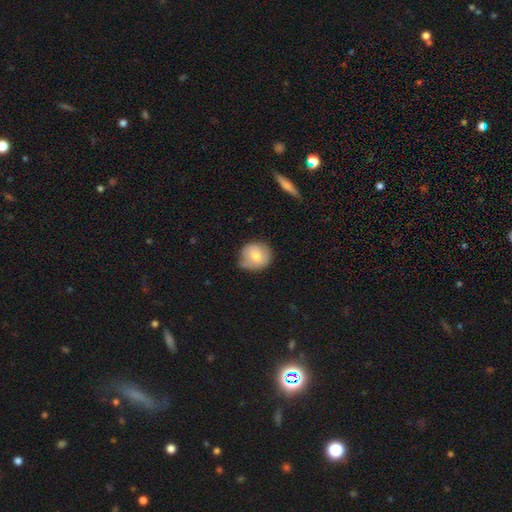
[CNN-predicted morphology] smooth_or_featured: smooth (p=0.72) [alt: featured or disk p=0.20]
how_rounded: round (p=0.86) [alt: in between p=0.13]
merging: none (p=0.63) [alt: minor disturbance p=0.29]